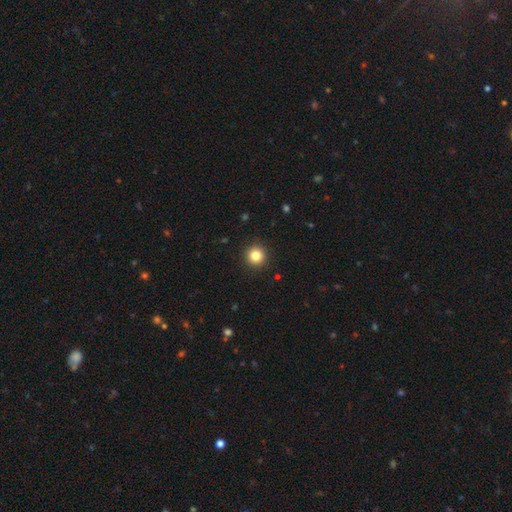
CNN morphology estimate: smooth_or_featured: smooth (p=0.84) [alt: star or artifact p=0.11]
how_rounded: round (p=0.95) [alt: in between p=0.04]
merging: none (p=0.92) [alt: minor disturbance p=0.05]